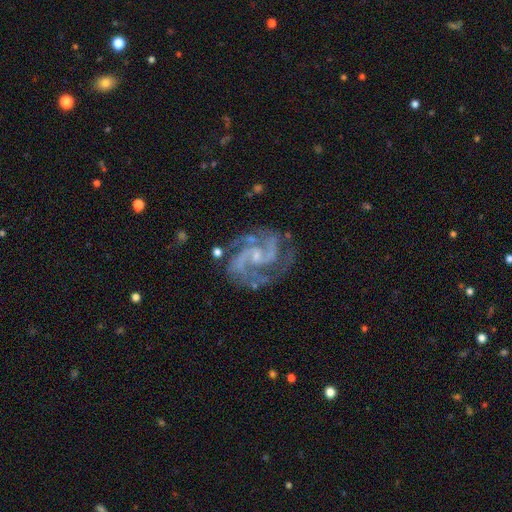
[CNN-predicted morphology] featured or disk 92%, star or artifact 5%, smooth 3%. Down the decision tree: edge-on disk — no (98%); bar — weak (45%); spiral arms — yes (98%); spiral arm count — 2 (72%); spiral winding — medium (59%); bulge size — small (68%); merging — none (71%).